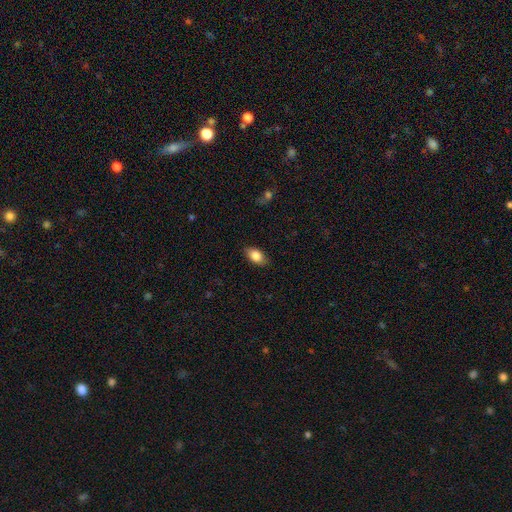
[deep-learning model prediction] The model was most divided on "smooth or featured": smooth: 82%, featured or disk: 11%, star or artifact: 7%. More confident: how rounded — in between (90%); merging — none (85%).